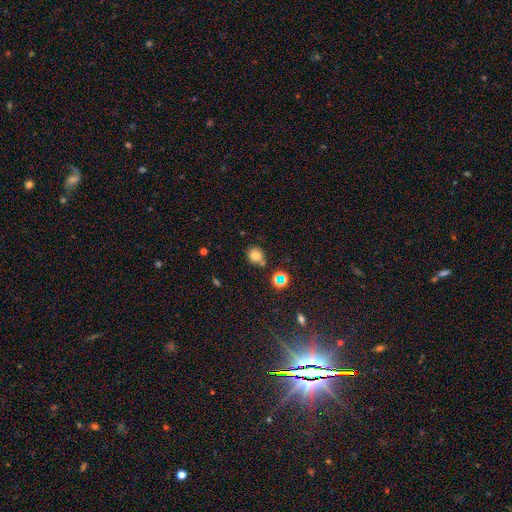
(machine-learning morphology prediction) smooth 75%, star or artifact 18%, featured or disk 7%. Down the decision tree: how rounded — round (72%); merging — none (71%).